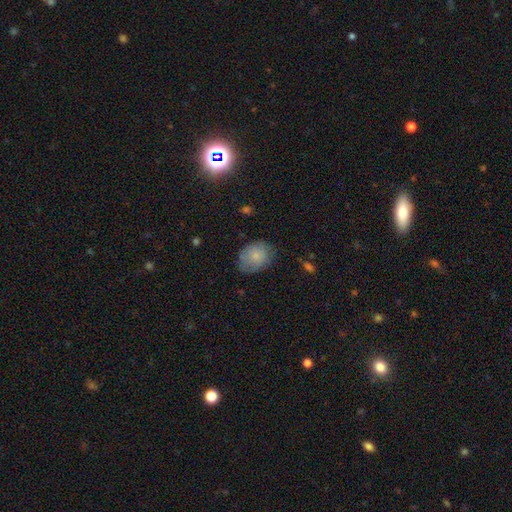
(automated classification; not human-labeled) Smooth or featured?
  - smooth: 80% *
  - featured or disk: 12%
  - star or artifact: 8%
How rounded?
  - in between: 62% *
  - round: 37%
  - cigar-shaped: 1%
Merging?
  - none: 68% *
  - minor disturbance: 25%
  - major disturbance: 6%
  - merger: 1%